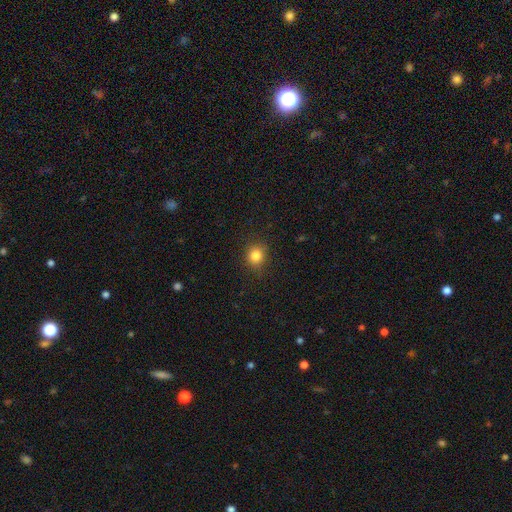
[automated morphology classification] This is clearly a smooth galaxy (83%). How rounded: clearly round (84%). Merging: clearly none (87%).